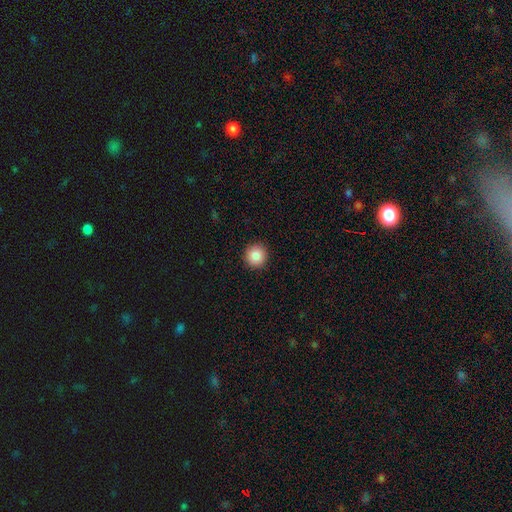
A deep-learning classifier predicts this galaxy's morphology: Smooth or featured: smooth — 88% (star or artifact — 9%)
How rounded: round — 94% (in between — 5%)
Merging: none — 93% (minor disturbance — 5%)